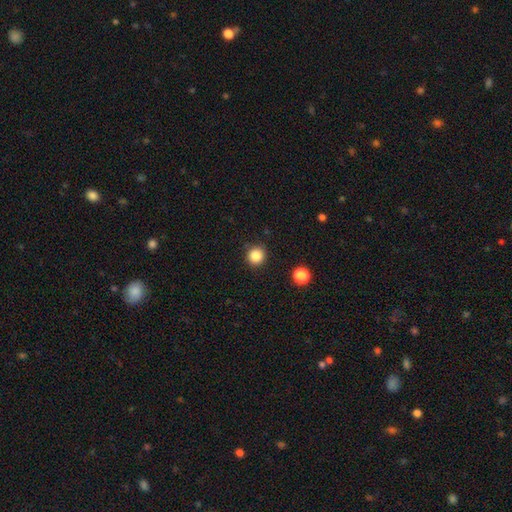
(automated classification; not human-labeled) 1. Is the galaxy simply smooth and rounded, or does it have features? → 86% smooth, 11% star or artifact, 4% featured or disk.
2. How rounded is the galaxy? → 92% round, 7% in between, 1% cigar-shaped.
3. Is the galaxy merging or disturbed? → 90% none, 6% minor disturbance, 2% major disturbance, 2% merger.